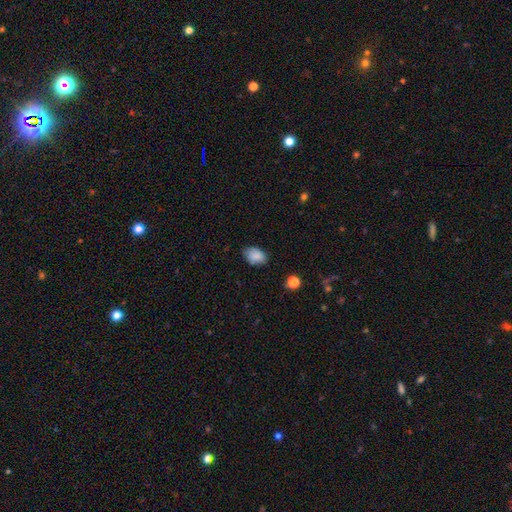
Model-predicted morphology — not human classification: Q: Smooth or featured?
A: smooth (86%); runner-up: star or artifact (8%)
Q: How rounded?
A: in between (81%); runner-up: round (18%)
Q: Merging?
A: none (72%); runner-up: minor disturbance (22%)